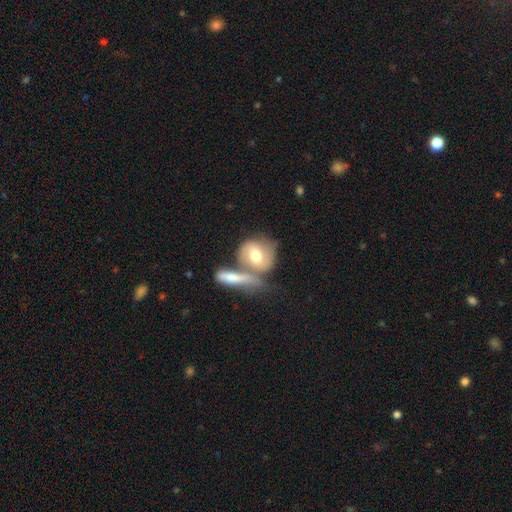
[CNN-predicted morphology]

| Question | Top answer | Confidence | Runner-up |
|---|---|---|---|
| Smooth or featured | smooth | 54% | featured or disk (39%) |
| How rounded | round | 59% | in between (34%) |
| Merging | merger | 44% | none (35%) |